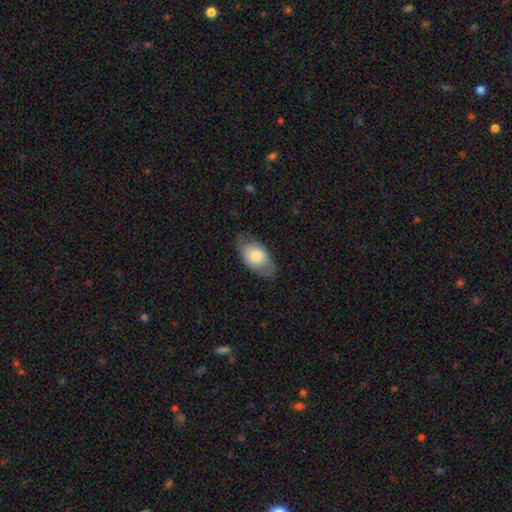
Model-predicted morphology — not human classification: This is likely a smooth galaxy (70%). How rounded: clearly in between (90%). Merging: likely none (70%).